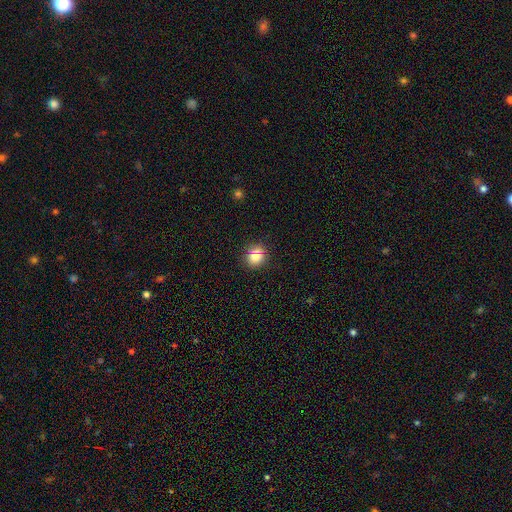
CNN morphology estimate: This is likely a smooth galaxy (79%). How rounded: likely round (76%). Merging: clearly none (83%).